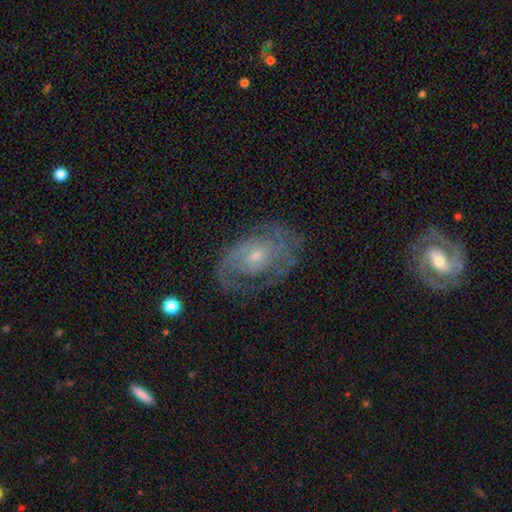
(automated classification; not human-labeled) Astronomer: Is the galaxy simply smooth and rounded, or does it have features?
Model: featured or disk — 74%.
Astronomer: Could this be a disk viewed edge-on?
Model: no — 95%.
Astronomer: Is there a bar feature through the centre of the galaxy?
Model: no — 70%.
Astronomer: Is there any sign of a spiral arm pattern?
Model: yes — 86%.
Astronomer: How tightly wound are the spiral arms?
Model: tight — 54% (runner-up: medium, 34%).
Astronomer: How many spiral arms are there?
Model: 2 — 38%, tied with can't tell at 38%.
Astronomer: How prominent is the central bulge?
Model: small — 51% (runner-up: moderate, 43%).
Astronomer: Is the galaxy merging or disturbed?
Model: none — 68%.